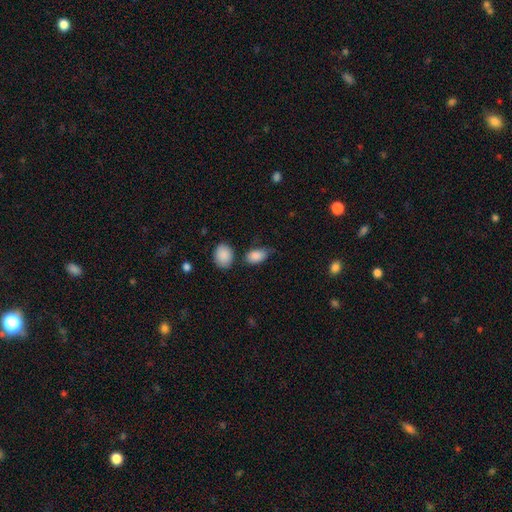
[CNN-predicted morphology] Smooth or featured?
  - smooth: 88% *
  - star or artifact: 7%
  - featured or disk: 5%
How rounded?
  - in between: 89% *
  - round: 9%
  - cigar-shaped: 2%
Merging?
  - none: 58% *
  - minor disturbance: 29%
  - merger: 7%
  - major disturbance: 7%